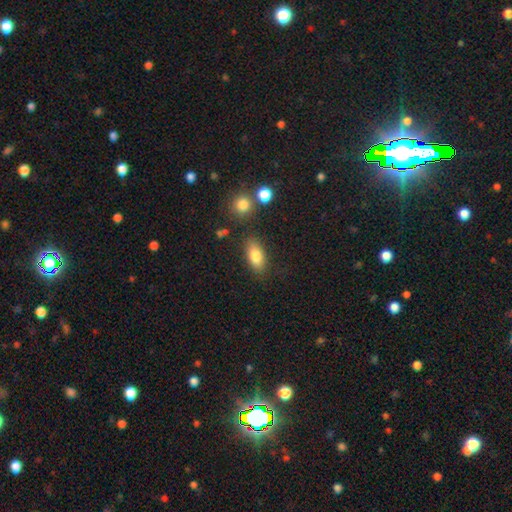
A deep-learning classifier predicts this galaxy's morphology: smooth-or-featured: smooth: 81% | featured or disk: 11% | star or artifact: 8%
  how-rounded: in between: 85% | cigar-shaped: 9% | round: 6%
  merging: none: 81% | minor disturbance: 12% | merger: 4% | major disturbance: 4%